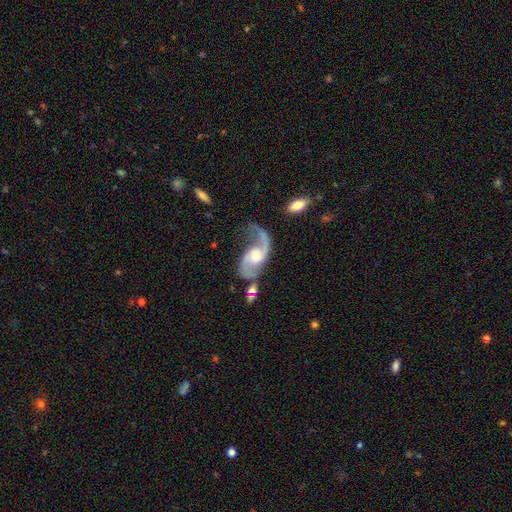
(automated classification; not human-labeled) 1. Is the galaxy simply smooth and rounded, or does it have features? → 90% featured or disk, 5% smooth, 4% star or artifact.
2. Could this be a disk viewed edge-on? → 97% no, 3% yes.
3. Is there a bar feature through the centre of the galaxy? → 47% no, 43% weak, 11% strong.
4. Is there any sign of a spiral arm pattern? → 97% yes, 3% no.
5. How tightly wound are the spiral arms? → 61% loose, 33% medium, 6% tight.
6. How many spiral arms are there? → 90% 2, 6% 1, 2% can't tell, 1% 3, 1% 4, 1% more than 4.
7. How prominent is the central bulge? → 50% moderate, 31% small, 11% large, 6% none, 2% dominant.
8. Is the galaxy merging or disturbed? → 55% none, 19% minor disturbance, 17% major disturbance, 9% merger.